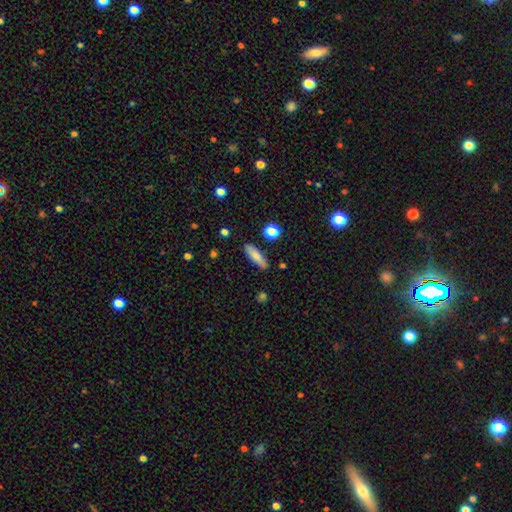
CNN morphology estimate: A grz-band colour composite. It shows a smooth galaxy with no disk features (79%) that is cigar-shaped (58%). Merging: none (85%).